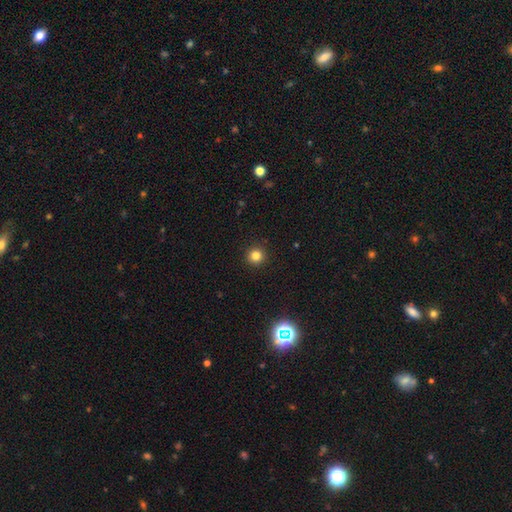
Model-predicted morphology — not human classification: smooth 81%, star or artifact 14%, featured or disk 5%. Down the decision tree: how rounded — round (95%); merging — none (93%).